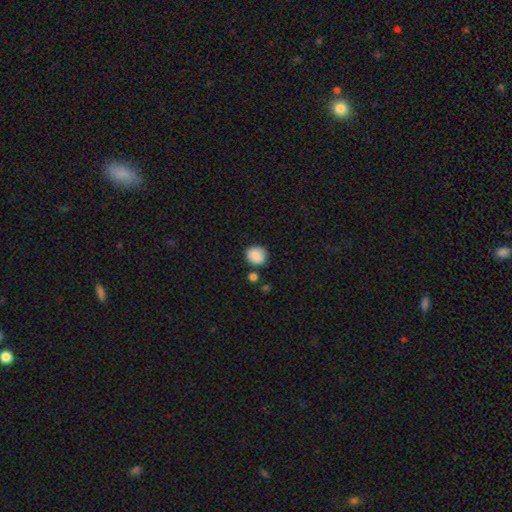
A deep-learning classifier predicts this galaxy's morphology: Smooth or featured: smooth — 87% (star or artifact — 8%)
How rounded: round — 79% (in between — 20%)
Merging: none — 77% (minor disturbance — 13%)